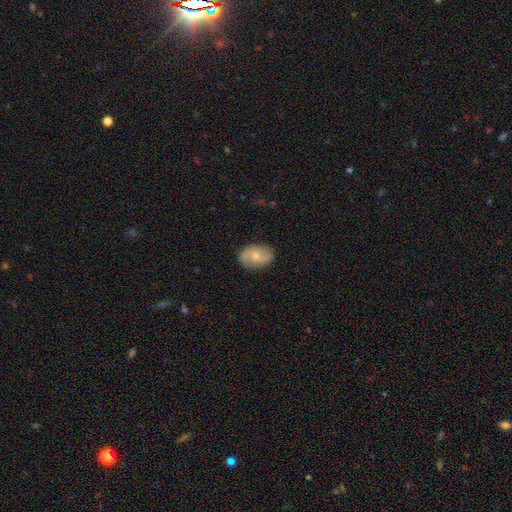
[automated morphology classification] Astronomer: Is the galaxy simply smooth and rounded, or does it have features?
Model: featured or disk — 61%.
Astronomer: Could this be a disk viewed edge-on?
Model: no — 97%.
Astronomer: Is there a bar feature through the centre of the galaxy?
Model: no — 57% (runner-up: weak, 37%).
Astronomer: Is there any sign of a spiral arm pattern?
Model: yes — 89%.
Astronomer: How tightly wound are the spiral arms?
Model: medium — 44% (runner-up: loose, 36%).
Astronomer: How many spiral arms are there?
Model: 2 — 87%.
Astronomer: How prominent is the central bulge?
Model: moderate — 56% (runner-up: small, 37%).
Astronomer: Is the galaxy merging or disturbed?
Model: none — 82%.